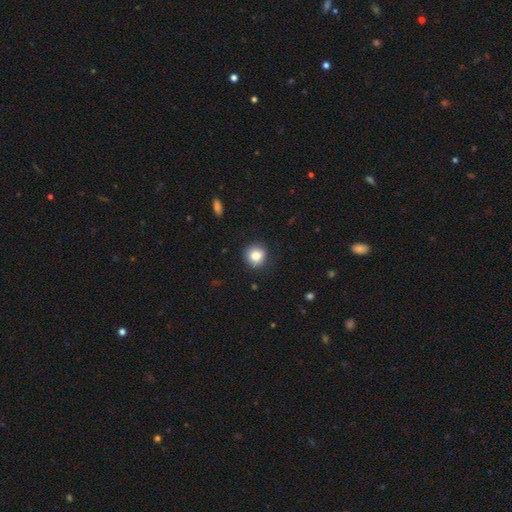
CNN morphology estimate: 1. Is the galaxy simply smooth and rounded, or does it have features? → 84% smooth, 10% star or artifact, 6% featured or disk.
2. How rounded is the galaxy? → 90% round, 9% in between, 1% cigar-shaped.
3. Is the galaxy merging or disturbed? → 88% none, 8% minor disturbance, 2% major disturbance, 1% merger.